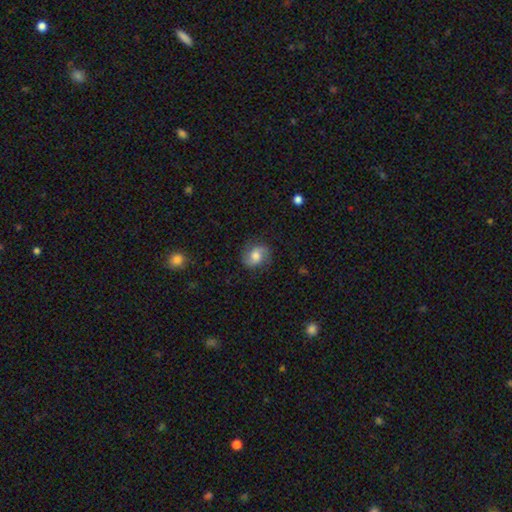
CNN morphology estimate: Smooth or featured?
  - featured or disk: 46% *
  - smooth: 45%
  - star or artifact: 9%
Merging?
  - none: 78% *
  - minor disturbance: 15%
  - major disturbance: 5%
  - merger: 1%